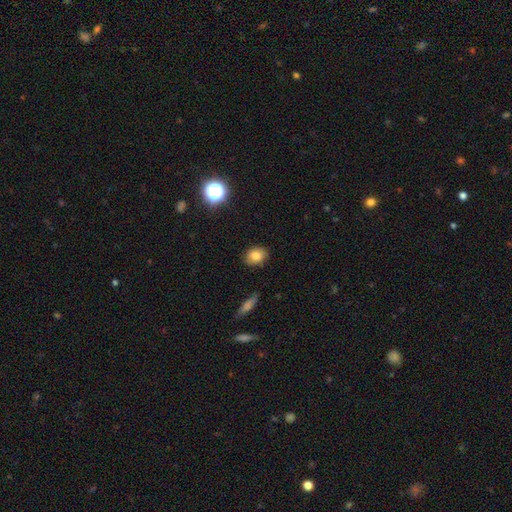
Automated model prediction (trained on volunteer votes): This appears to be a smooth galaxy with no disk features (81%) that is in between round and cigar-shaped (67%). Merging: none (84%).